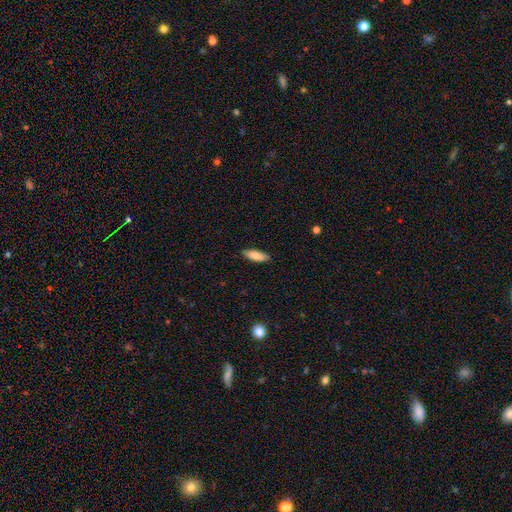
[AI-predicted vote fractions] Smooth or featured: smooth — 83% (featured or disk — 11%)
How rounded: in between — 65% (cigar-shaped — 33%)
Merging: none — 85% (minor disturbance — 12%)